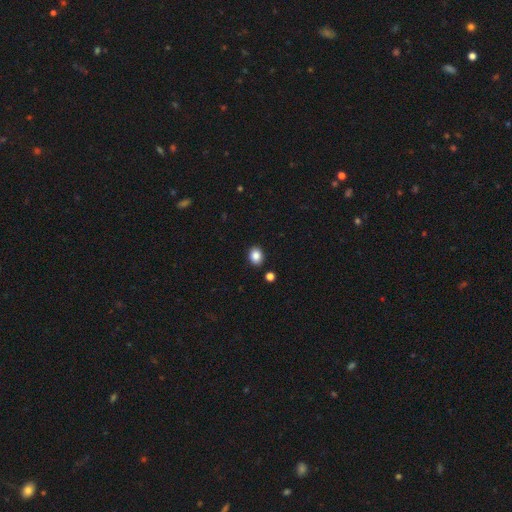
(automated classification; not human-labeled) Overall: smooth (86%). How rounded: in between (56%; round 43%). Merging: none (88%).